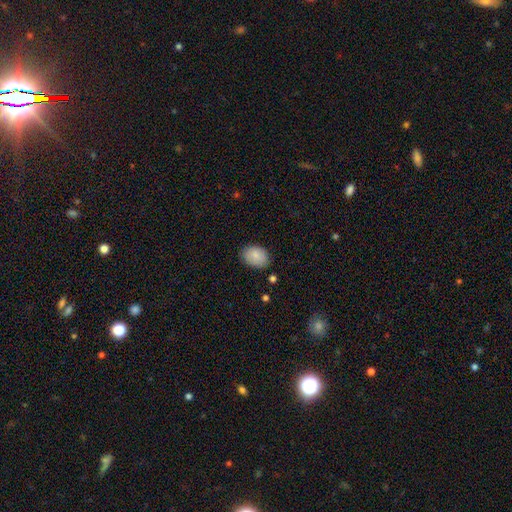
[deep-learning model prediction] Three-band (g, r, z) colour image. It shows a smooth galaxy with no disk features (87%) that is in between round and cigar-shaped (78%). Merging: none (82%).